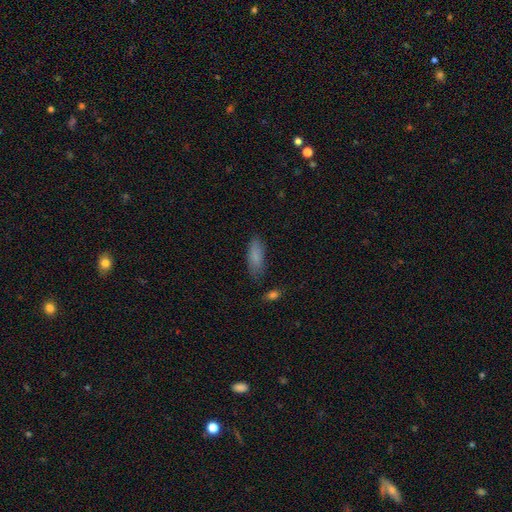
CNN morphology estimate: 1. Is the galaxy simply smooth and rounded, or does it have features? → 84% smooth, 8% featured or disk, 8% star or artifact.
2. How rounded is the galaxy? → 70% in between, 28% cigar-shaped, 2% round.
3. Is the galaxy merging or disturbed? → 77% none, 16% minor disturbance, 4% major disturbance, 3% merger.